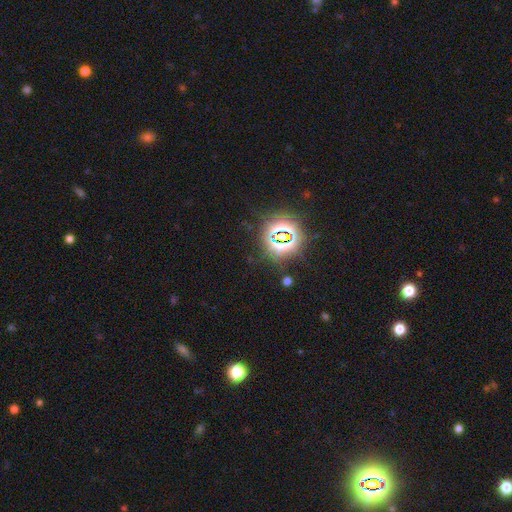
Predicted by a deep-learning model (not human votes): Smooth or featured? Predicted: star or artifact (p=0.81).